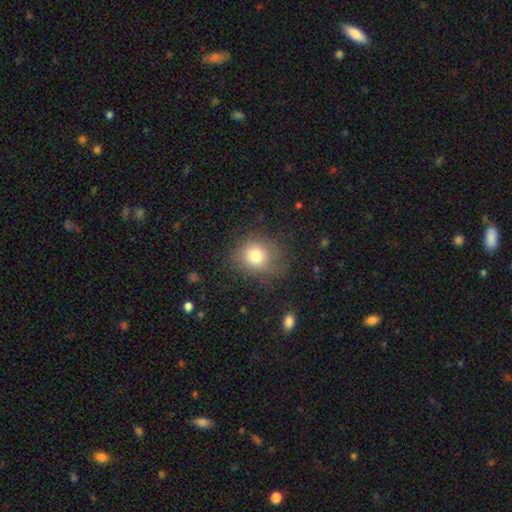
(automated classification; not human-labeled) smooth-or-featured: smooth: 77% | star or artifact: 12% | featured or disk: 11%
  how-rounded: round: 75% | in between: 24% | cigar-shaped: 1%
  merging: none: 74% | minor disturbance: 17% | major disturbance: 8% | merger: 2%